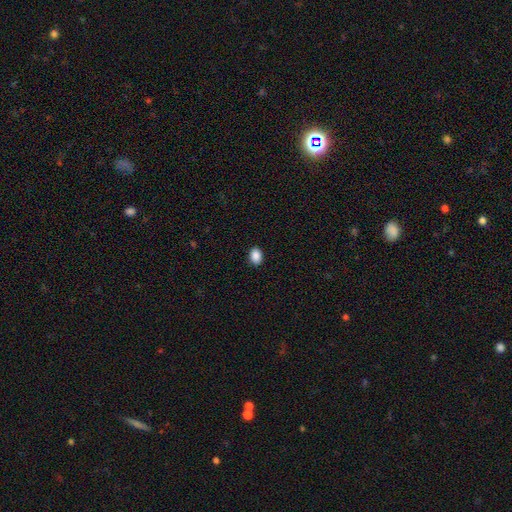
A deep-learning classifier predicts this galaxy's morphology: Q: Smooth or featured?
A: smooth (89%); runner-up: star or artifact (8%)
Q: How rounded?
A: in between (73%); runner-up: round (26%)
Q: Merging?
A: none (90%); runner-up: minor disturbance (7%)